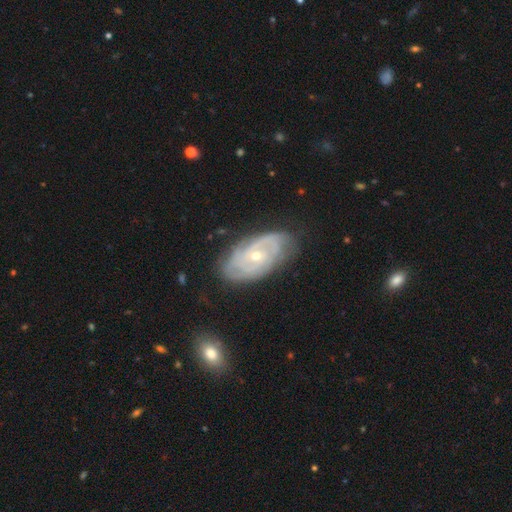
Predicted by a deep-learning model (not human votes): smooth_or_featured: featured or disk (p=0.83) [alt: smooth p=0.11]
disk_edge_on: no (p=0.95) [alt: yes p=0.05]
bar: no (p=0.68) [alt: weak p=0.26]
has_spiral_arms: yes (p=0.93) [alt: no p=0.07]
spiral_winding: tight (p=0.70) [alt: medium p=0.24]
spiral_arm_count: can't tell (p=0.35) [alt: 2 p=0.30]
bulge_size: small (p=0.60) [alt: moderate p=0.38]
merging: none (p=0.77) [alt: minor disturbance p=0.18]